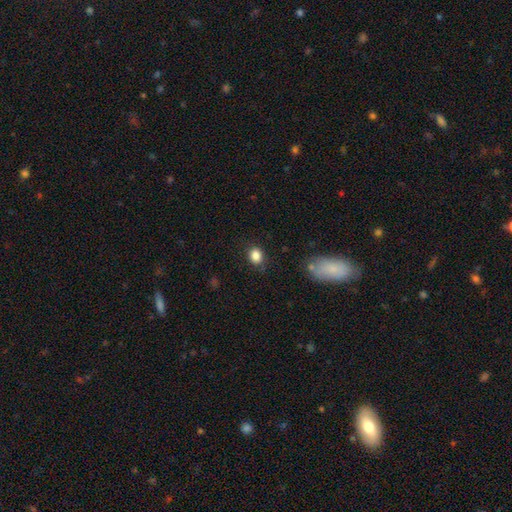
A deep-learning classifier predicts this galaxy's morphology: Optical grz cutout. It shows a smooth galaxy with no disk features (85%) that is round (53%). Merging: none (83%).